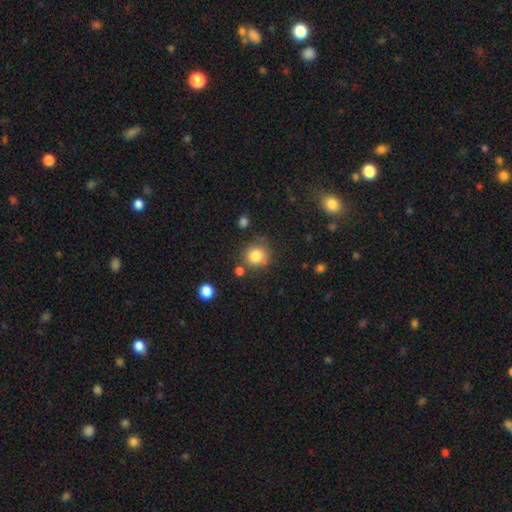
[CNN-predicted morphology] This appears to be a smooth galaxy with no disk features (83%) that is round (88%). Merging: none (74%).